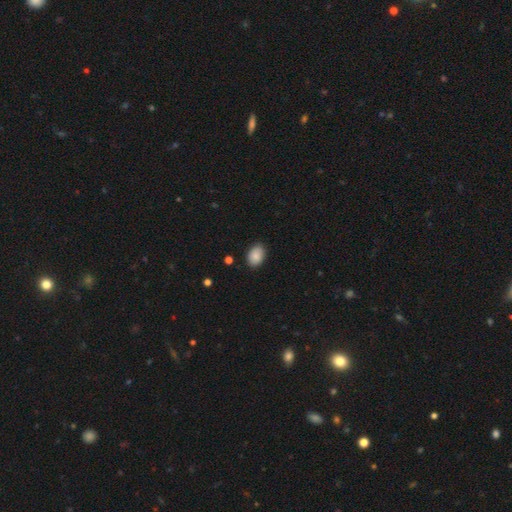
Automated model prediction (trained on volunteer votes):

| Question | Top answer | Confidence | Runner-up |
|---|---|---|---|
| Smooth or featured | smooth | 88% | star or artifact (7%) |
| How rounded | in between | 83% | round (16%) |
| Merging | none | 85% | minor disturbance (12%) |